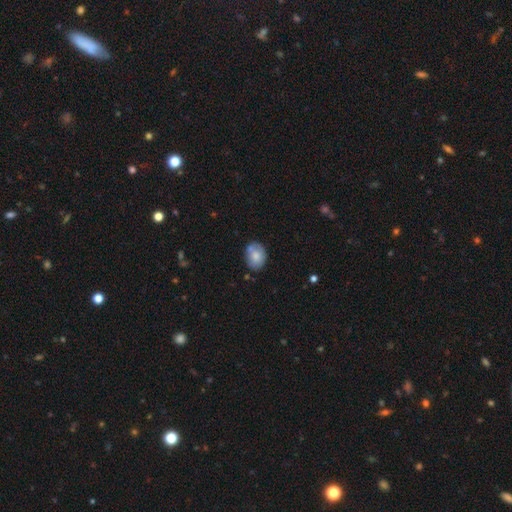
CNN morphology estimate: smooth-or-featured: smooth: 75% | featured or disk: 17% | star or artifact: 7%
  how-rounded: in between: 69% | round: 31% | cigar-shaped: 1%
  merging: none: 63% | minor disturbance: 22% | merger: 10% | major disturbance: 5%